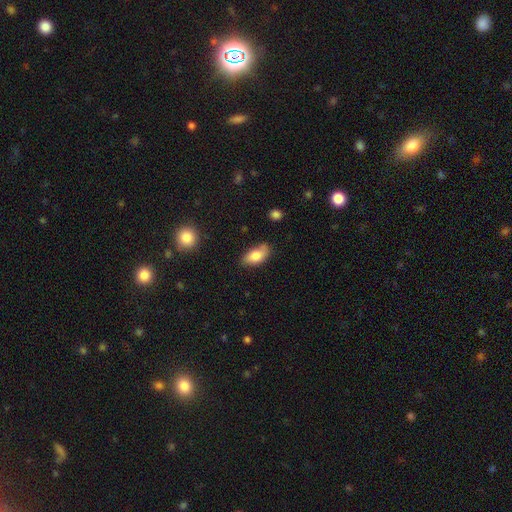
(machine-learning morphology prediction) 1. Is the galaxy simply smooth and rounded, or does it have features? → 78% smooth, 15% featured or disk, 7% star or artifact.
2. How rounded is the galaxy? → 91% in between, 5% cigar-shaped, 4% round.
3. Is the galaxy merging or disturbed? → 66% none, 26% minor disturbance, 5% major disturbance, 3% merger.